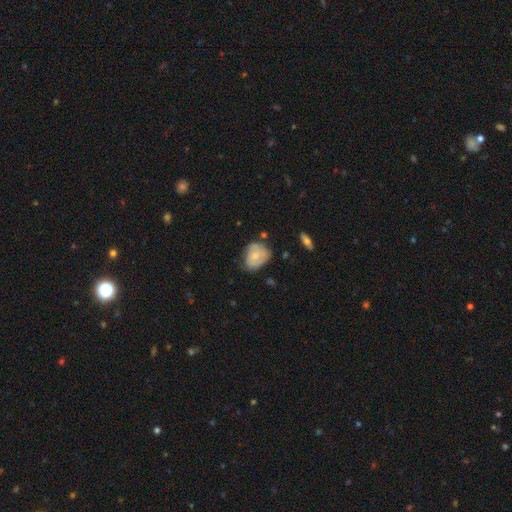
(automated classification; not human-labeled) Q: Smooth or featured?
A: smooth (59%); runner-up: featured or disk (34%)
Q: How rounded?
A: in between (58%); runner-up: round (41%)
Q: Merging?
A: none (55%); runner-up: minor disturbance (32%)